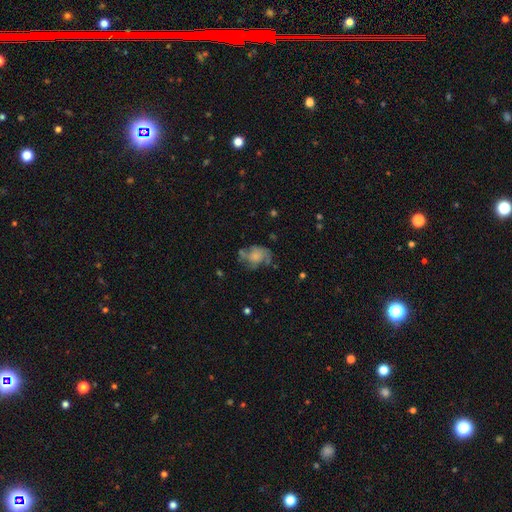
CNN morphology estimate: Smooth or featured: smooth — 50% (featured or disk — 40%)
Merging: none — 42% (minor disturbance — 27%)